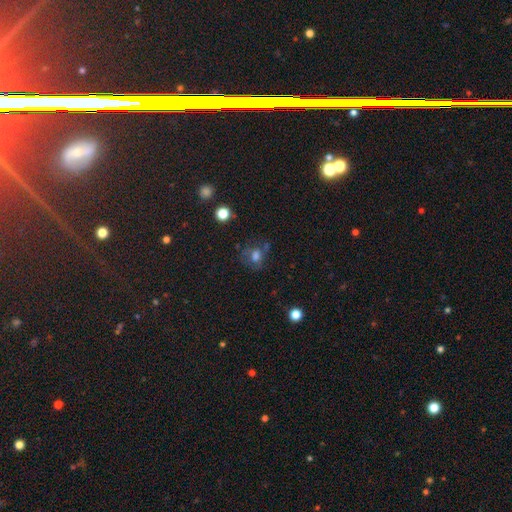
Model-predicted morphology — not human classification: type=smooth (61%); roundness=round (60%); merging=none (50%).